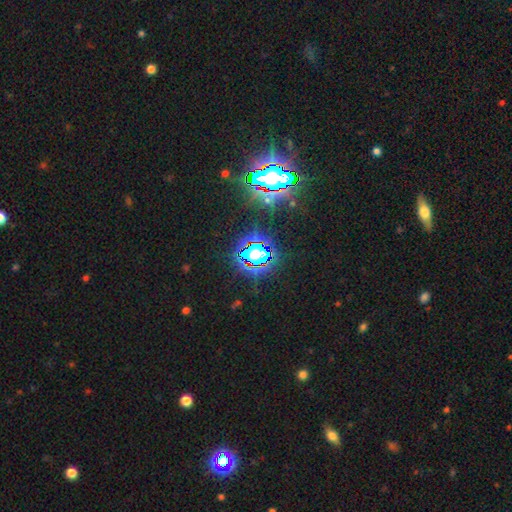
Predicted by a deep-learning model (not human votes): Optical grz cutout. It shows a star or artifact, not a galaxy (81%).